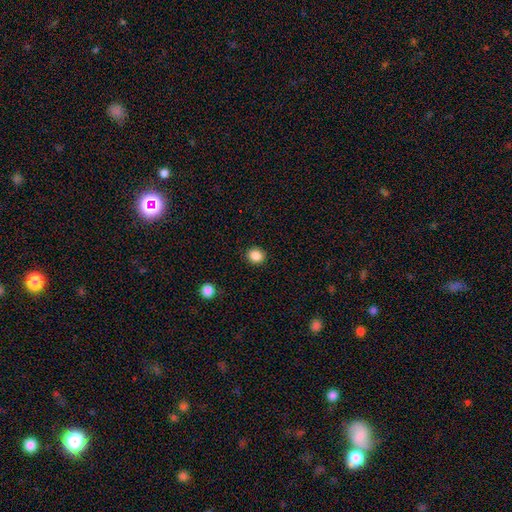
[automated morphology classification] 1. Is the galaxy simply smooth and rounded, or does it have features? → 86% smooth, 10% star or artifact, 3% featured or disk.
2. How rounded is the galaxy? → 85% round, 14% in between, 1% cigar-shaped.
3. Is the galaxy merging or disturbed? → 91% none, 6% minor disturbance, 2% major disturbance, 1% merger.